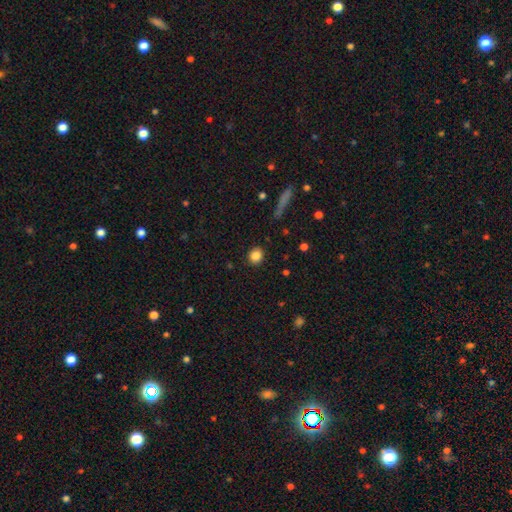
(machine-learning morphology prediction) Q: Smooth or featured?
A: smooth (86%); runner-up: star or artifact (10%)
Q: How rounded?
A: round (78%); runner-up: in between (21%)
Q: Merging?
A: none (90%); runner-up: minor disturbance (7%)